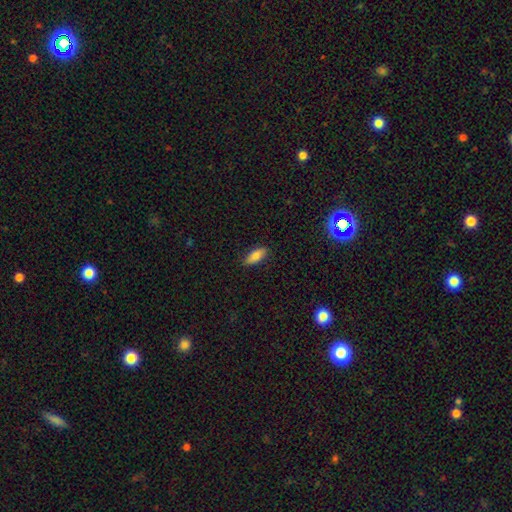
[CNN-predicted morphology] Smooth or featured? smooth (81%)
How rounded? in between (81%)
Merging? none (85%)